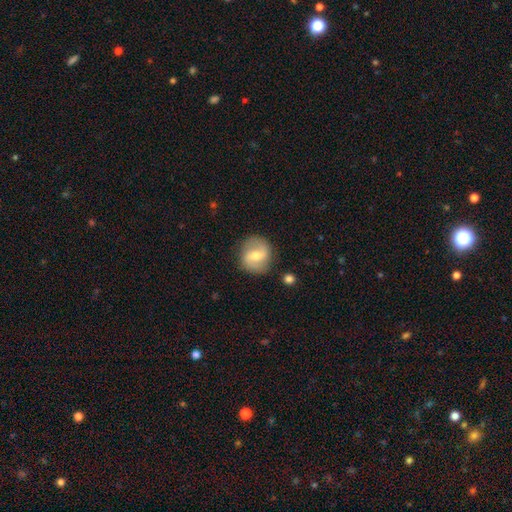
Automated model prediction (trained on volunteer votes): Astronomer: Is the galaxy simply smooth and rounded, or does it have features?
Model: featured or disk — 58% (runner-up: smooth, 36%).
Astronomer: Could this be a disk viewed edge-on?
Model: no — 97%.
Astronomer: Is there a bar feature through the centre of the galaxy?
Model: weak — 50% (runner-up: no, 26%).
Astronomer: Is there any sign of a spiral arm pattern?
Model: yes — 80%.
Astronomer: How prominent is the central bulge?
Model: moderate — 70%.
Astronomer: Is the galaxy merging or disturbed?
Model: none — 84%.